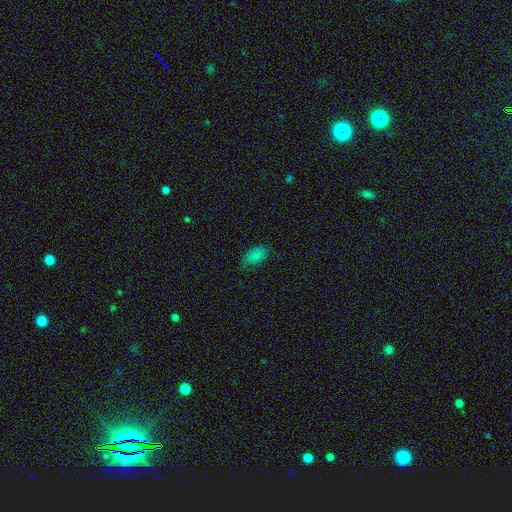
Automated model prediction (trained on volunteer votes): Overall: smooth (80%). How rounded: in between (91%). Merging: none (67%).